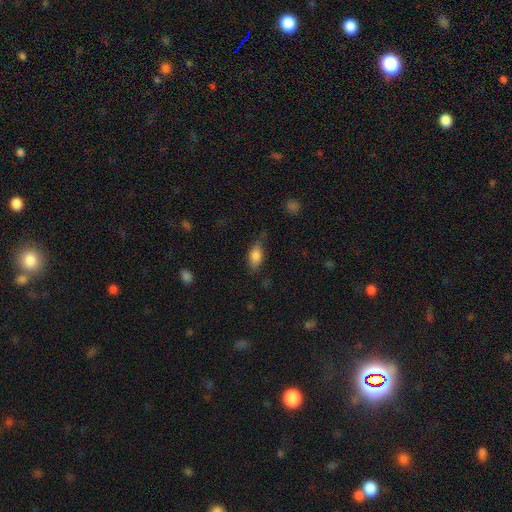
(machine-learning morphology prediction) type=smooth (80%); roundness=in between (86%); merging=none (57%).